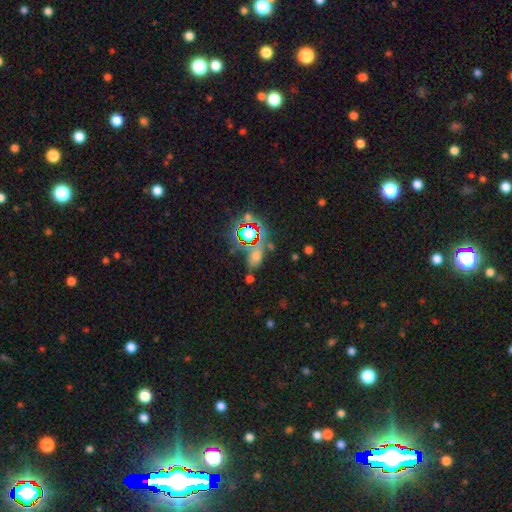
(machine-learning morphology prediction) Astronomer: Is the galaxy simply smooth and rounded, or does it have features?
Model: smooth — 51% (runner-up: star or artifact, 37%).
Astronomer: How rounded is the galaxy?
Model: in between — 75%.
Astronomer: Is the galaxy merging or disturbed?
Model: none — 64%.